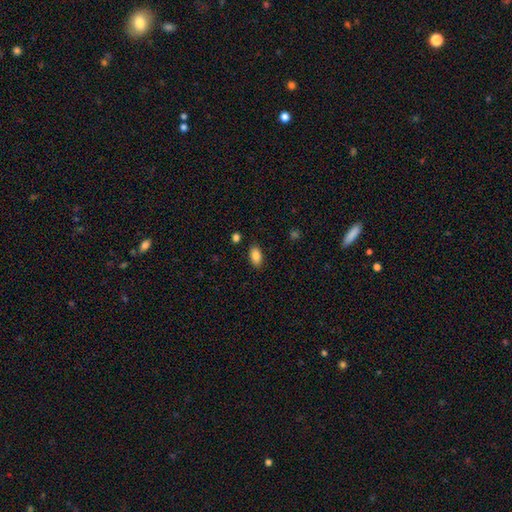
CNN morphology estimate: Q: Smooth or featured?
A: smooth (86%); runner-up: star or artifact (8%)
Q: How rounded?
A: in between (92%); runner-up: round (5%)
Q: Merging?
A: none (86%); runner-up: minor disturbance (10%)